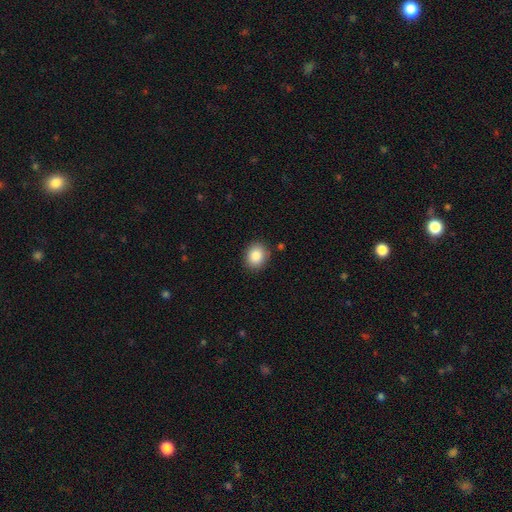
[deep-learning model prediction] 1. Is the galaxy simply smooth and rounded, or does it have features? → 86% smooth, 8% star or artifact, 5% featured or disk.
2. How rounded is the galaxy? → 65% round, 34% in between, 1% cigar-shaped.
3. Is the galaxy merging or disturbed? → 88% none, 8% minor disturbance, 2% major disturbance, 2% merger.